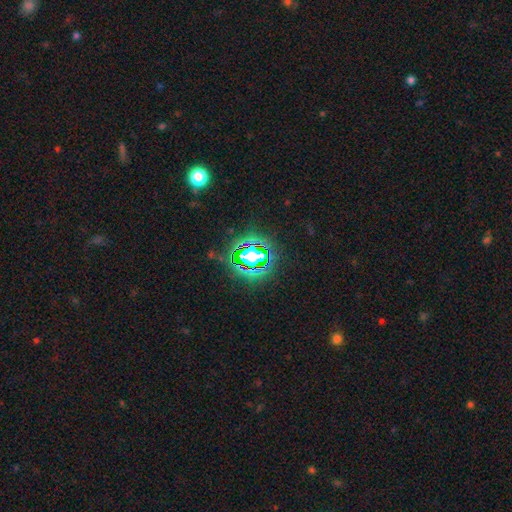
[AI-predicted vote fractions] This is clearly a star or artifact rather than a galaxy (81%).